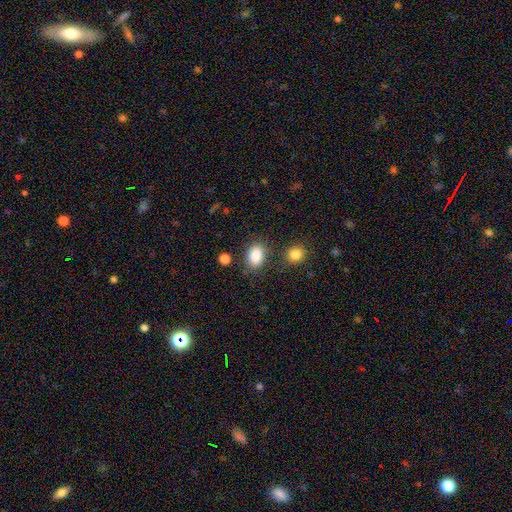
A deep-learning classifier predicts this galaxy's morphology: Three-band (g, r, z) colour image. It shows a smooth galaxy with no disk features (87%) that is in between round and cigar-shaped (82%). Merging: none (78%).